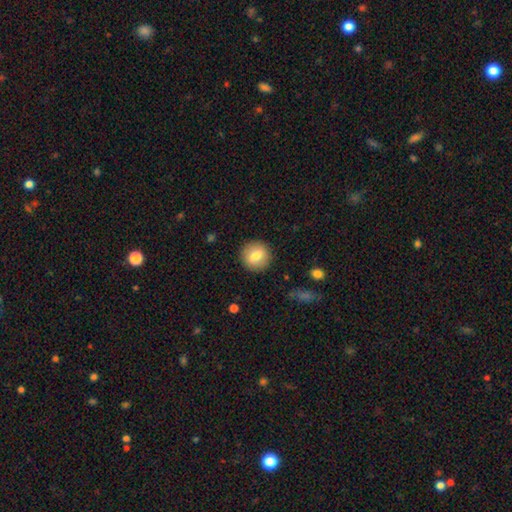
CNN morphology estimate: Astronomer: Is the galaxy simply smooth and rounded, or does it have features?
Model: smooth — 77%.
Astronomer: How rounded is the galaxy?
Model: round — 92%.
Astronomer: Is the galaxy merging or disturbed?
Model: none — 91%.